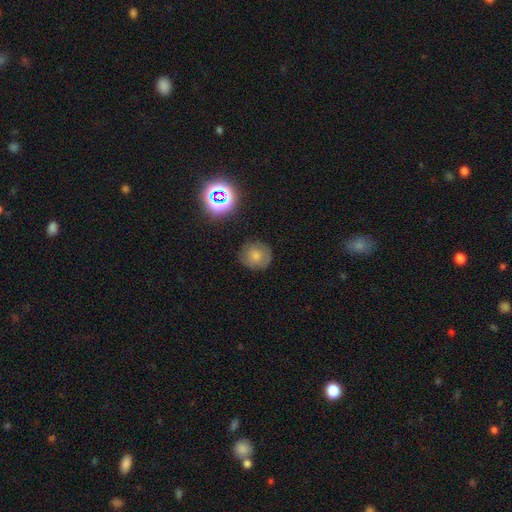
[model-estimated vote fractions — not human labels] Morphology: type=smooth (70%); roundness=round (88%); merging=none (81%).